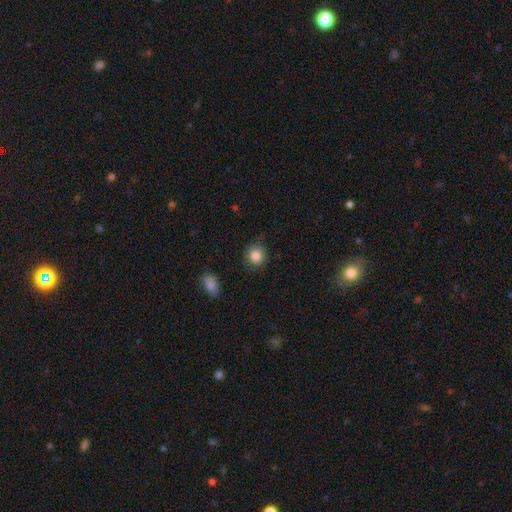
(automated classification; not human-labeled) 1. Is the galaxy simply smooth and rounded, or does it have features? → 85% smooth, 9% star or artifact, 6% featured or disk.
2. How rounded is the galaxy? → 85% round, 14% in between, 1% cigar-shaped.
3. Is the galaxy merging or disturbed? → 82% none, 13% minor disturbance, 3% major disturbance, 2% merger.